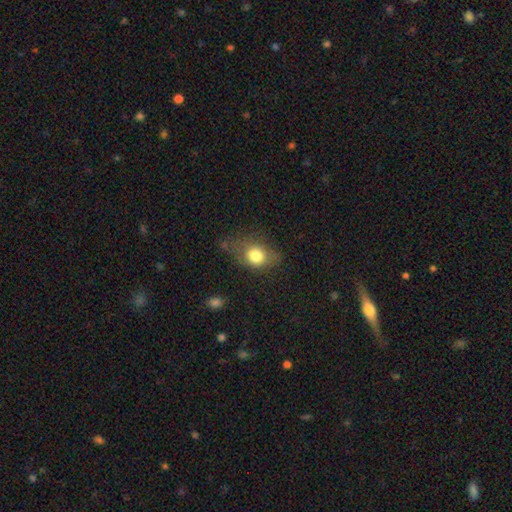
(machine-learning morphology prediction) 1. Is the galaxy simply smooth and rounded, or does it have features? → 78% smooth, 12% featured or disk, 10% star or artifact.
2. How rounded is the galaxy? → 58% in between, 40% round, 2% cigar-shaped.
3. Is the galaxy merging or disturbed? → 51% none, 28% minor disturbance, 17% major disturbance, 3% merger.